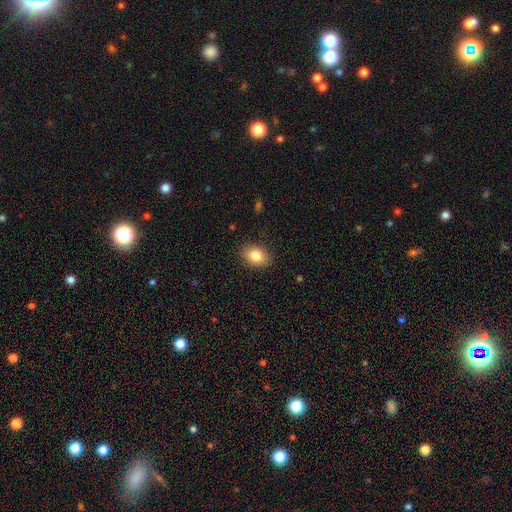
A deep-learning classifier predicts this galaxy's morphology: A smooth galaxy with no disk features (84%) that is in between round and cigar-shaped (72%).

Vote fractions:
- Smooth or featured? smooth: 84% / star or artifact: 8% / featured or disk: 8%
- How rounded? in between: 72% / round: 27% / cigar-shaped: 1%
- Merging? none: 87% / minor disturbance: 9% / major disturbance: 2% / merger: 1%